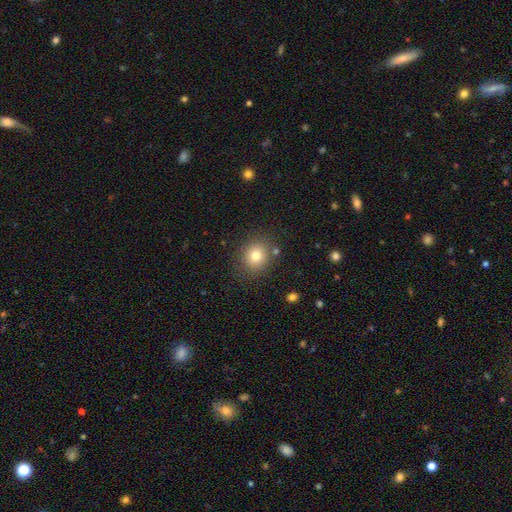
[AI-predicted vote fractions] The model was most divided on "how rounded": round: 77%, in between: 22%, cigar-shaped: 1%. More confident: merging — none (82%); smooth or featured — smooth (78%).